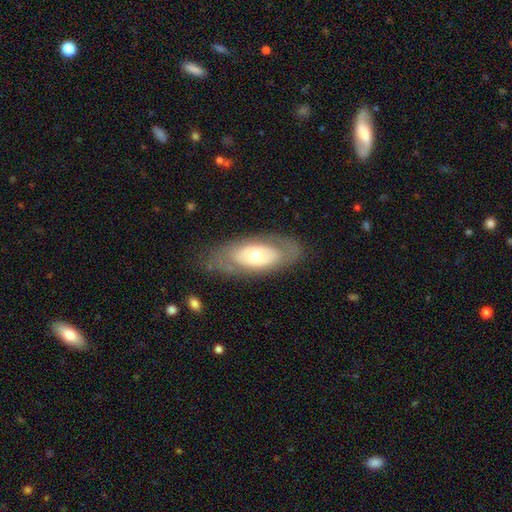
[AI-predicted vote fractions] A featured or disk galaxy (50%).

Vote fractions:
- Smooth or featured? featured or disk: 50% / smooth: 43% / star or artifact: 6%
- Edge-on disk? no: 85% / yes: 15%
- Merging? none: 76% / minor disturbance: 14% / major disturbance: 8% / merger: 2%